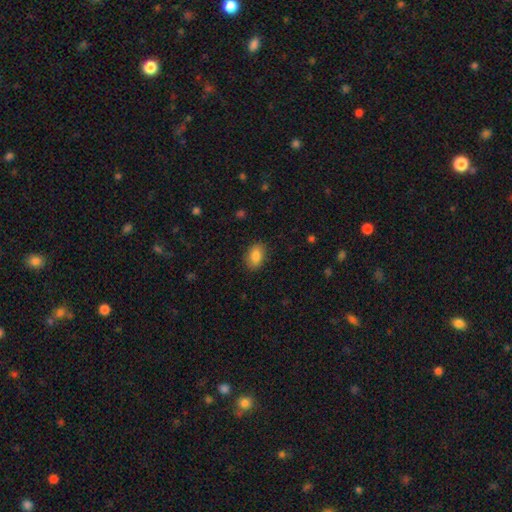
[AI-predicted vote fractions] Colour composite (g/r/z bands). It shows a smooth galaxy with no disk features (85%) that is in between round and cigar-shaped (81%). Merging: none (87%).